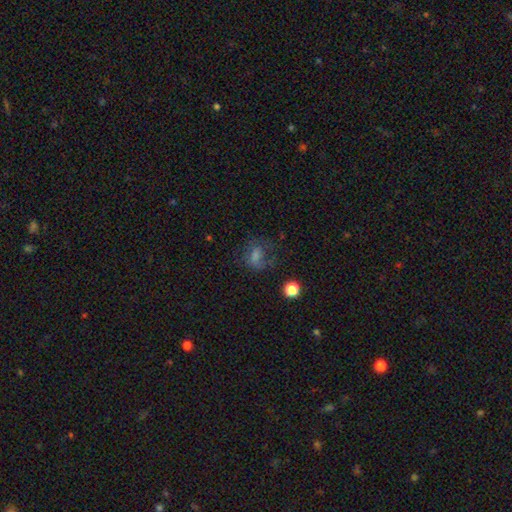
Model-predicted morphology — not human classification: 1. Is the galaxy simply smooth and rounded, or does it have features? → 47% smooth, 27% featured or disk, 26% star or artifact.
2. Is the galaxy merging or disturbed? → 51% none, 24% major disturbance, 22% minor disturbance, 3% merger.